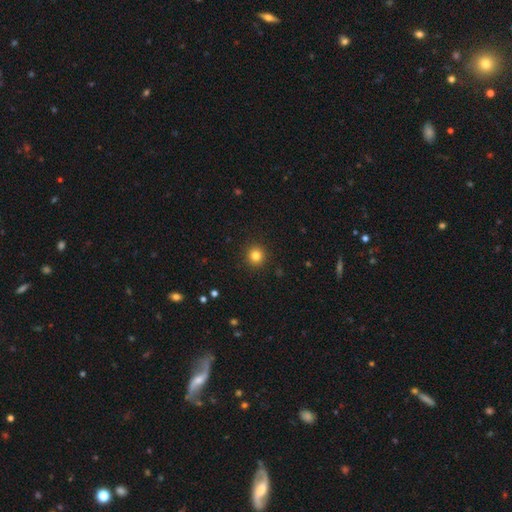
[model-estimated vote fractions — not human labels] A smooth galaxy with no disk features (82%) that is round (93%). Merging: none (92%).